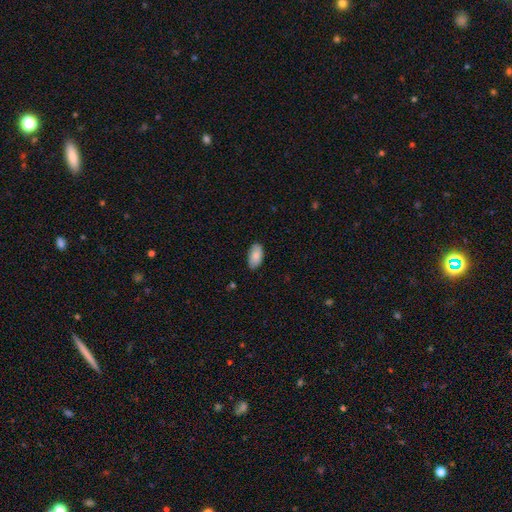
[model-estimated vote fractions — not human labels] Smooth or featured?
  - smooth: 84% *
  - featured or disk: 10%
  - star or artifact: 6%
How rounded?
  - in between: 95% *
  - round: 3%
  - cigar-shaped: 2%
Merging?
  - none: 82% *
  - minor disturbance: 15%
  - major disturbance: 2%
  - merger: 1%